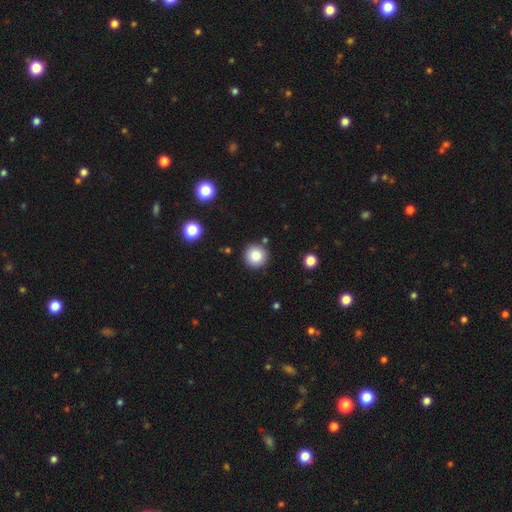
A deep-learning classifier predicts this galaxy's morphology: Smooth or featured? smooth (84%)
How rounded? round (95%)
Merging? none (87%)